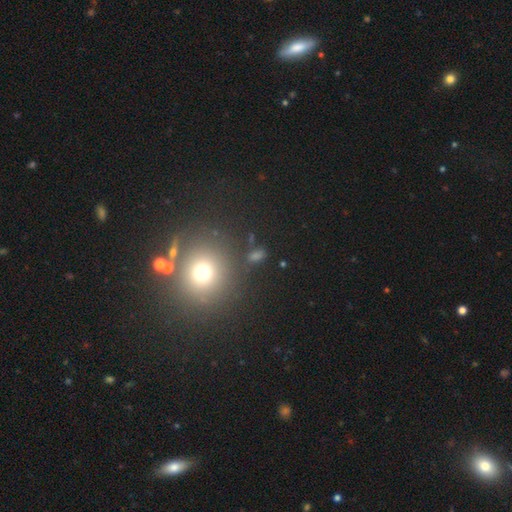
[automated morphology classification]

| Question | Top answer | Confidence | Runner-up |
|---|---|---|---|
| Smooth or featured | smooth | 59% | star or artifact (31%) |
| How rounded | round | 90% | in between (9%) |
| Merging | none | 80% | minor disturbance (8%) |